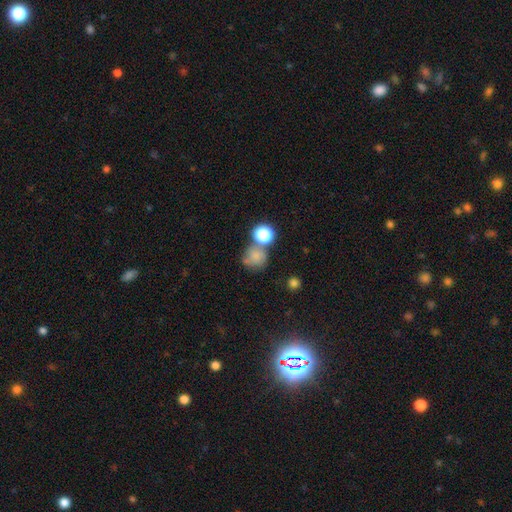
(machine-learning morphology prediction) type=smooth (74%); roundness=round (82%); merging=none (48%).